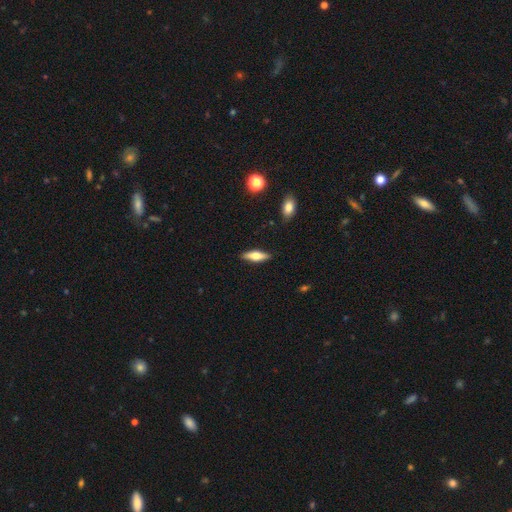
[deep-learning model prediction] A smooth galaxy with no disk features (58%) that is cigar-shaped (51%).

Vote fractions:
- Smooth or featured? smooth: 58% / featured or disk: 36% / star or artifact: 6%
- How rounded? cigar-shaped: 51% / in between: 47% / round: 2%
- Merging? none: 87% / minor disturbance: 9% / major disturbance: 2% / merger: 1%